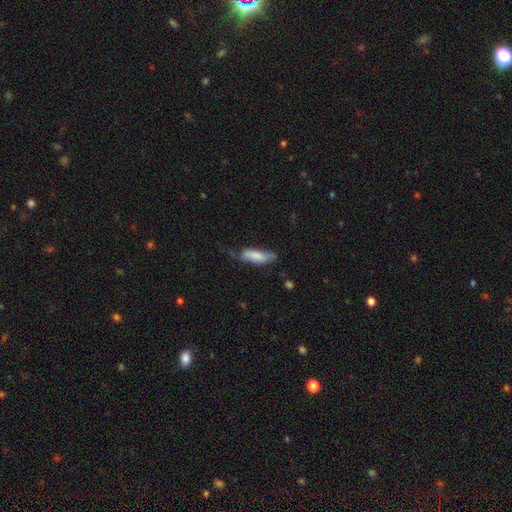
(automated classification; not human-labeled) A smooth galaxy with no disk features (77%) that is in between round and cigar-shaped (61%). Merging: none (42%).